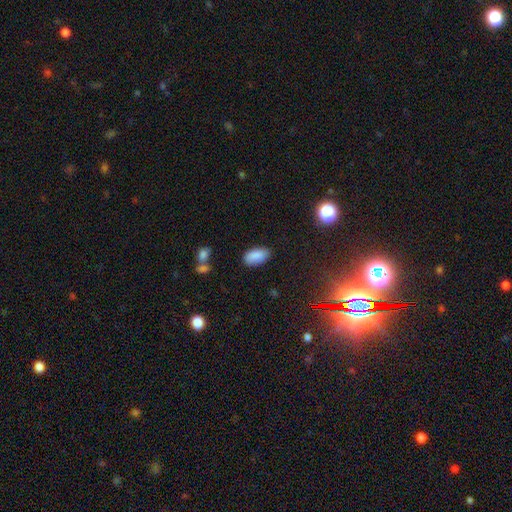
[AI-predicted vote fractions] This appears to be a smooth galaxy with no disk features (88%) that is in between round and cigar-shaped (93%). Merging: none (83%).